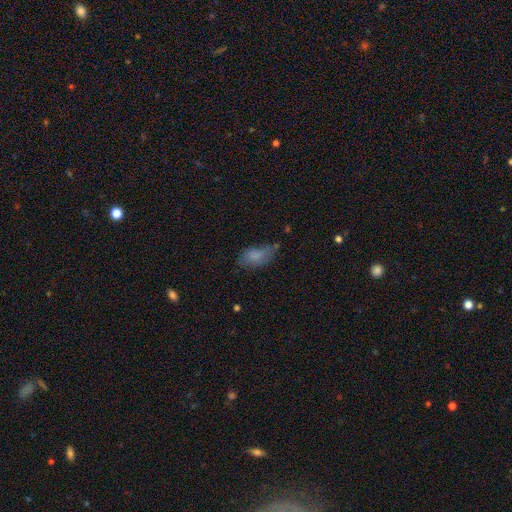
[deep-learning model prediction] smooth_or_featured: smooth (p=0.78) [alt: featured or disk p=0.12]
how_rounded: in between (p=0.90) [alt: cigar-shaped p=0.06]
merging: none (p=0.44) [alt: minor disturbance p=0.33]